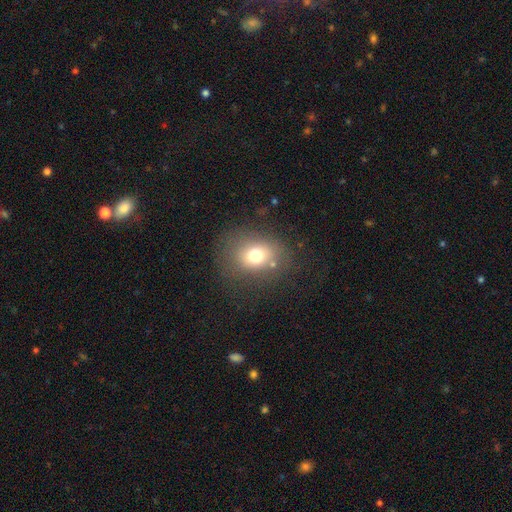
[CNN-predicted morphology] Smooth or featured?
  - smooth: 72% *
  - star or artifact: 15%
  - featured or disk: 14%
How rounded?
  - round: 53% *
  - in between: 46%
  - cigar-shaped: 1%
Merging?
  - none: 74% *
  - minor disturbance: 15%
  - major disturbance: 8%
  - merger: 3%